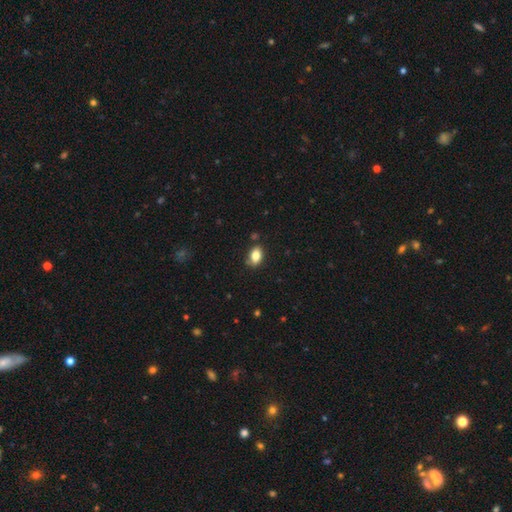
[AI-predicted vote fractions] Overall: smooth (82%). How rounded: in between (84%). Merging: none (77%).